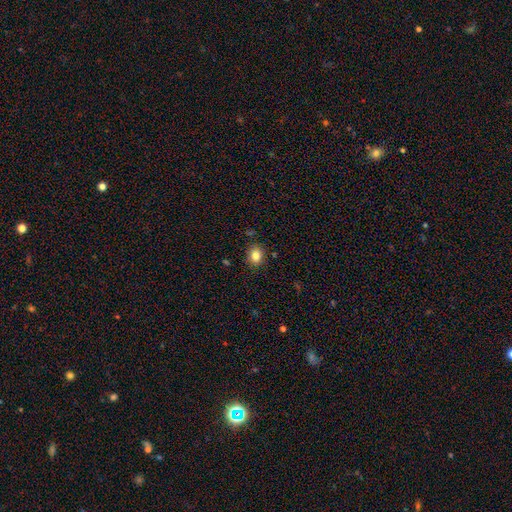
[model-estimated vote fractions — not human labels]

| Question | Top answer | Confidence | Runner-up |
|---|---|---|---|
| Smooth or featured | smooth | 82% | star or artifact (10%) |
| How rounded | round | 59% | in between (40%) |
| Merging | none | 84% | minor disturbance (11%) |